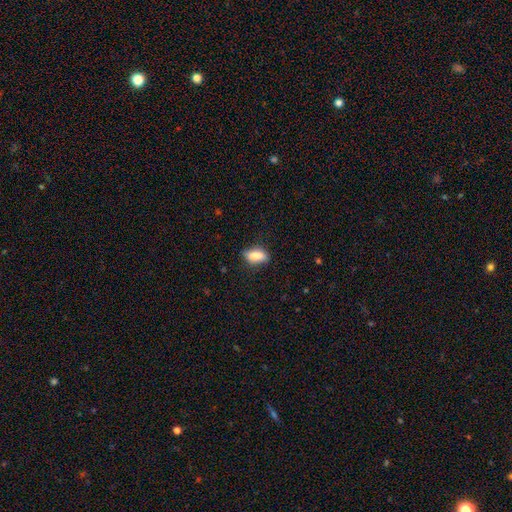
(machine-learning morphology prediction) smooth_or_featured: smooth (p=0.81) [alt: featured or disk p=0.12]
how_rounded: in between (p=0.80) [alt: cigar-shaped p=0.15]
merging: none (p=0.78) [alt: minor disturbance p=0.17]